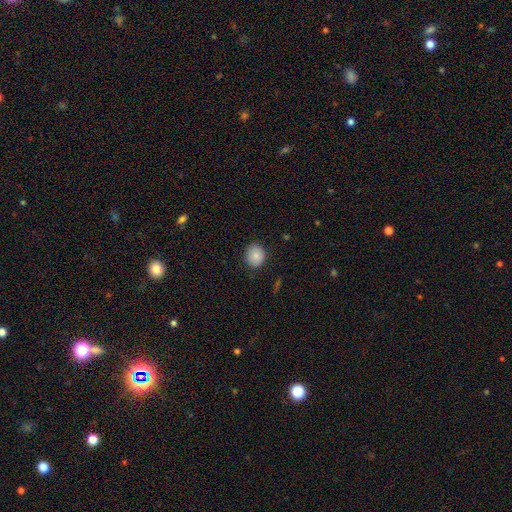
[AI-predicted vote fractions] Smooth or featured? smooth (86%)
How rounded? round (73%)
Merging? none (86%)